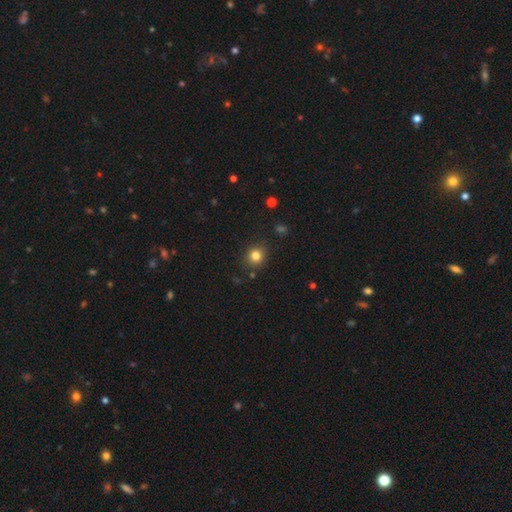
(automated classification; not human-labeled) Q: Smooth or featured?
A: smooth (81%); runner-up: star or artifact (13%)
Q: How rounded?
A: round (88%); runner-up: in between (11%)
Q: Merging?
A: none (85%); runner-up: minor disturbance (9%)